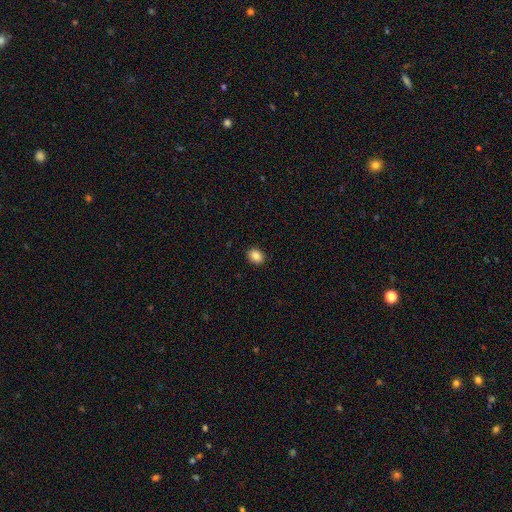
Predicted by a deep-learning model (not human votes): The model was most divided on "how rounded": in between: 51%, round: 48%, cigar-shaped: 1%. More confident: merging — none (91%); smooth or featured — smooth (86%).